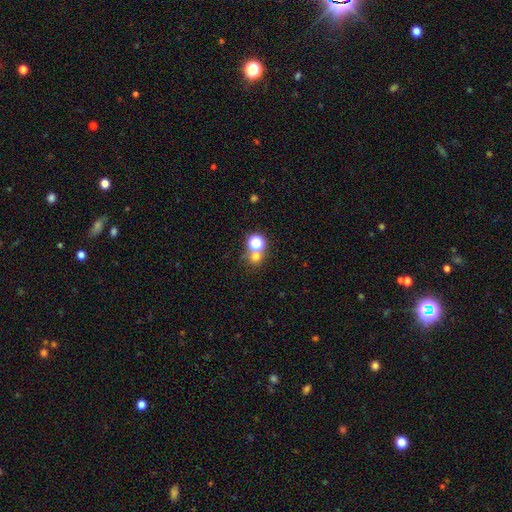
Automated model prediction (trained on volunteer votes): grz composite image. It shows a smooth galaxy with no disk features (64%) that is round (86%). Merging: none (57%).